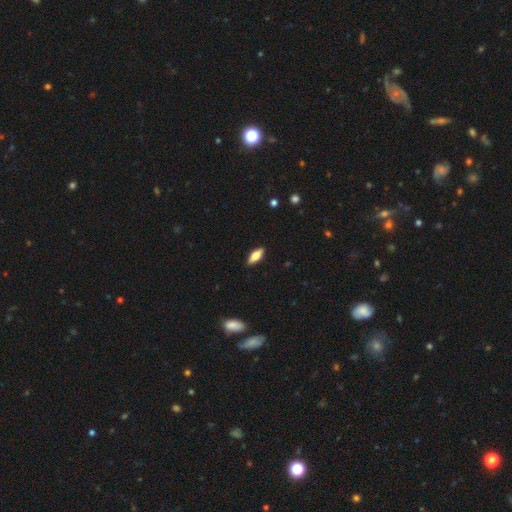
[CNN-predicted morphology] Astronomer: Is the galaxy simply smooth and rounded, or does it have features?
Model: smooth — 58% (runner-up: featured or disk, 35%).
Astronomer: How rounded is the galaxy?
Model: in between — 69%.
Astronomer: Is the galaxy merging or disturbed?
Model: none — 89%.